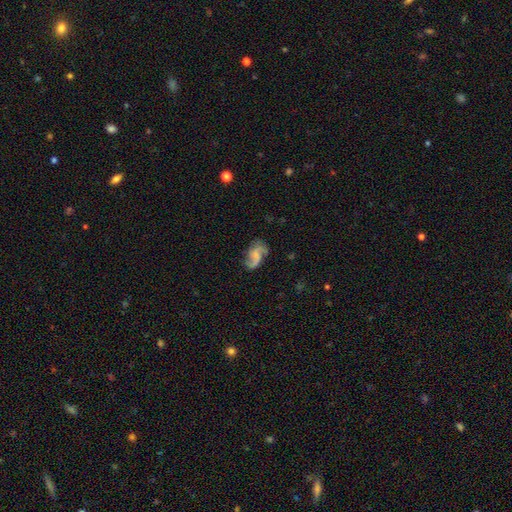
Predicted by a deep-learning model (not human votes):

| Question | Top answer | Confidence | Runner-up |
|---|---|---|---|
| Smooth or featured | featured or disk | 75% | smooth (18%) |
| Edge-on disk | no | 97% | yes (3%) |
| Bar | no | 53% | weak (38%) |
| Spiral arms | yes | 94% | no (6%) |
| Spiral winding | loose | 56% | medium (35%) |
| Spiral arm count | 2 | 82% | 1 (6%) |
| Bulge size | none | 42% | small (38%) |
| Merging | none | 64% | minor disturbance (21%) |